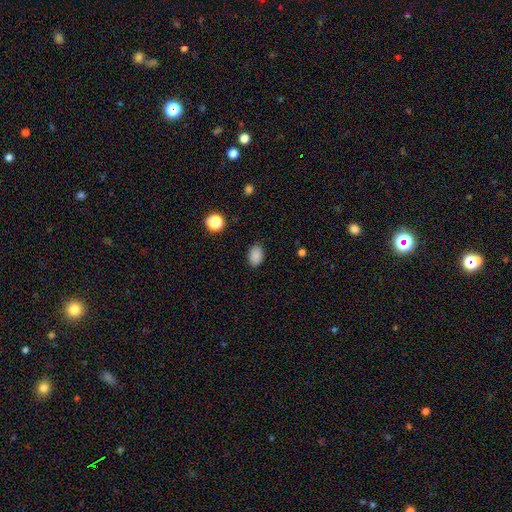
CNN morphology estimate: smooth 87%, star or artifact 10%, featured or disk 3%. Down the decision tree: how rounded — in between (79%); merging — none (86%).